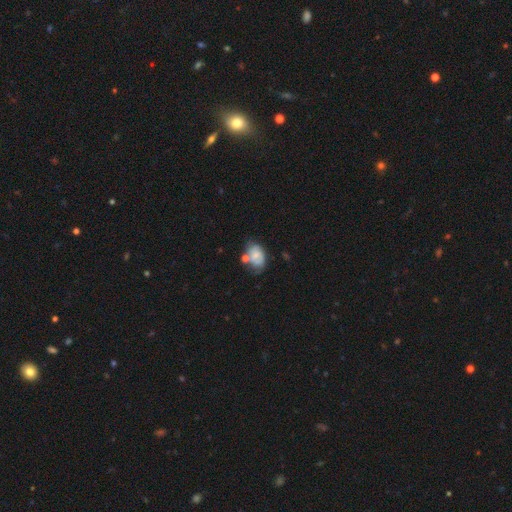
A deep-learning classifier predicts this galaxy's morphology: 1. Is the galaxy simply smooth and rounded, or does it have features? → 52% smooth, 39% featured or disk, 9% star or artifact.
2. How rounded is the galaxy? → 78% in between, 21% round, 1% cigar-shaped.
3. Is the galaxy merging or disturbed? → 41% none, 28% minor disturbance, 19% merger, 12% major disturbance.